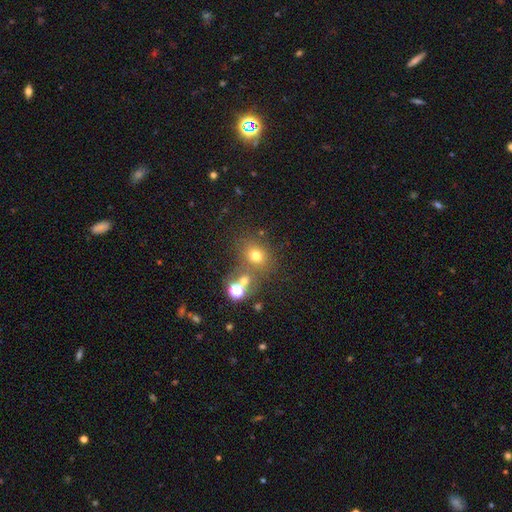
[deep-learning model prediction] A smooth galaxy with no disk features (68%) that is round (69%).

Vote fractions:
- Smooth or featured? smooth: 68% / star or artifact: 21% / featured or disk: 10%
- How rounded? round: 69% / in between: 30% / cigar-shaped: 1%
- Merging? none: 64% / merger: 19% / minor disturbance: 11% / major disturbance: 6%